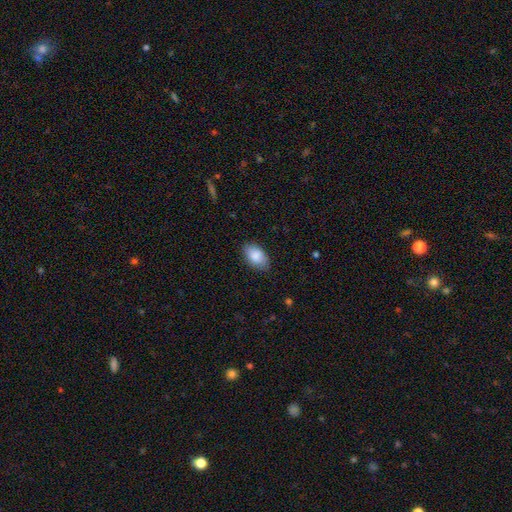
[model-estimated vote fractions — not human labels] Morphology: type=smooth (87%); roundness=in between (93%); merging=none (83%).